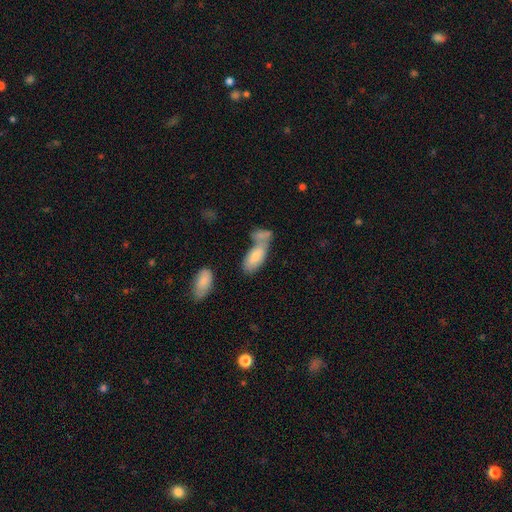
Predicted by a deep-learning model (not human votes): Smooth or featured? smooth (77%)
How rounded? in between (84%)
Merging? merger (46%)